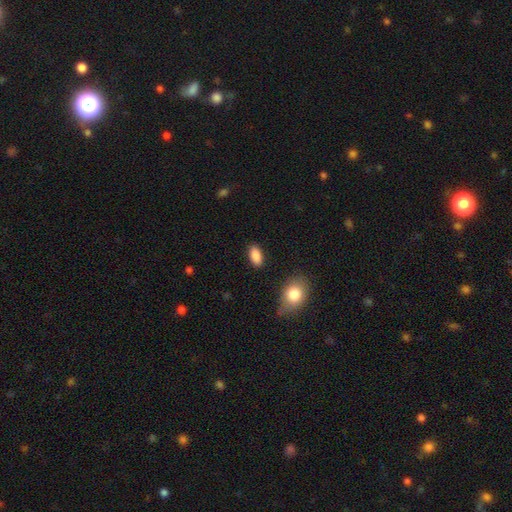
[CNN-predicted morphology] A smooth galaxy with no disk features (89%) that is in between round and cigar-shaped (91%).

Vote fractions:
- Smooth or featured? smooth: 89% / star or artifact: 7% / featured or disk: 4%
- How rounded? in between: 91% / cigar-shaped: 6% / round: 4%
- Merging? none: 87% / minor disturbance: 9% / major disturbance: 2% / merger: 2%